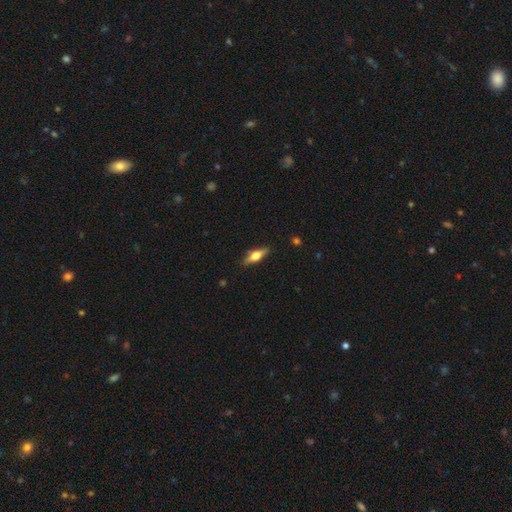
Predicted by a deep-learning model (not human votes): Smooth or featured? featured or disk (53%)
Edge-on disk? yes (93%)
Merging? none (87%)